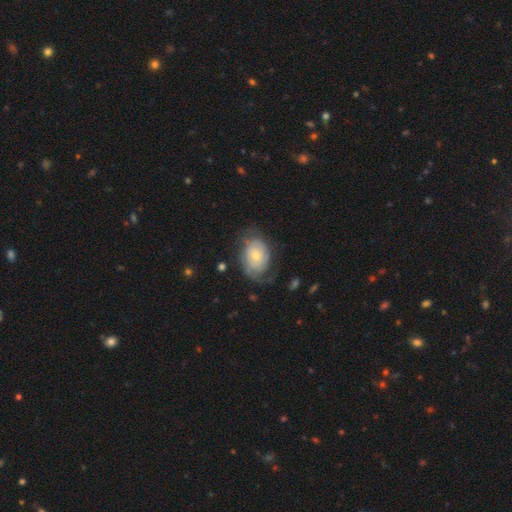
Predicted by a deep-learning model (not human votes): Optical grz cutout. It shows a featured or disk galaxy (52%). Merging: none (49%).